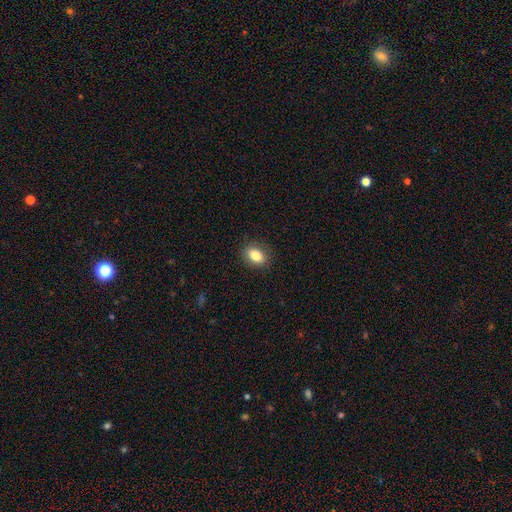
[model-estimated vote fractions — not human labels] This appears to be a smooth galaxy with no disk features (83%) that is in between round and cigar-shaped (76%). Merging: none (87%).